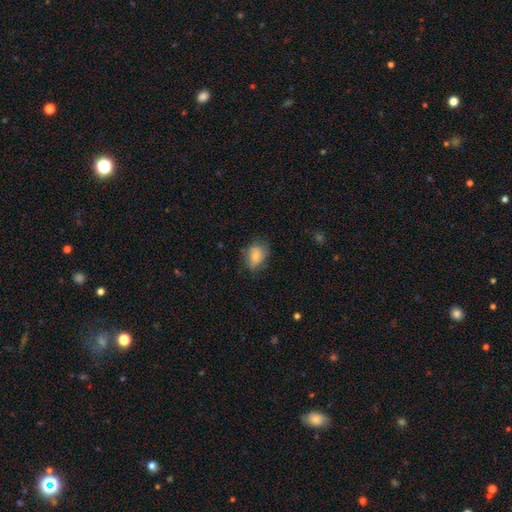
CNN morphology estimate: The model was most divided on "merging": none: 61%, minor disturbance: 28%, major disturbance: 10%, merger: 2%. More confident: smooth or featured — smooth (76%); how rounded — in between (73%).